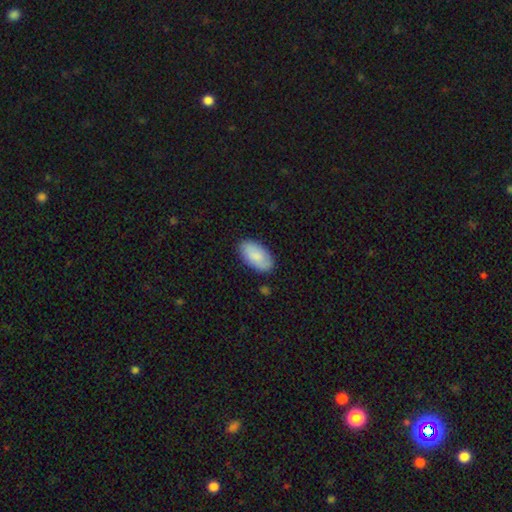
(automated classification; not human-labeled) Smooth or featured: smooth — 85% (featured or disk — 10%)
How rounded: in between — 95% (round — 3%)
Merging: none — 85% (minor disturbance — 11%)